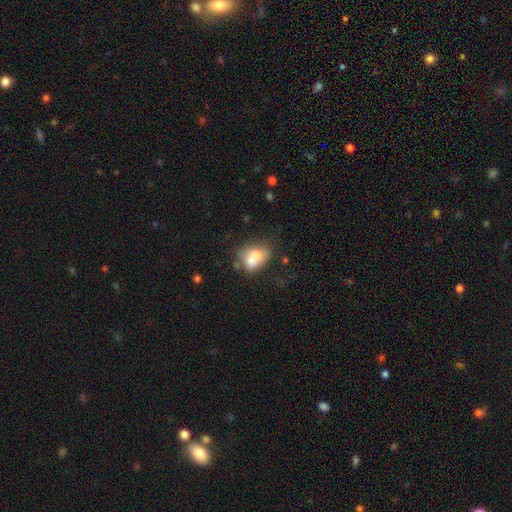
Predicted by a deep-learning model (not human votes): Overall: smooth (65%). How rounded: in between (69%; round 30%). Merging: merger (42%; none 29%).